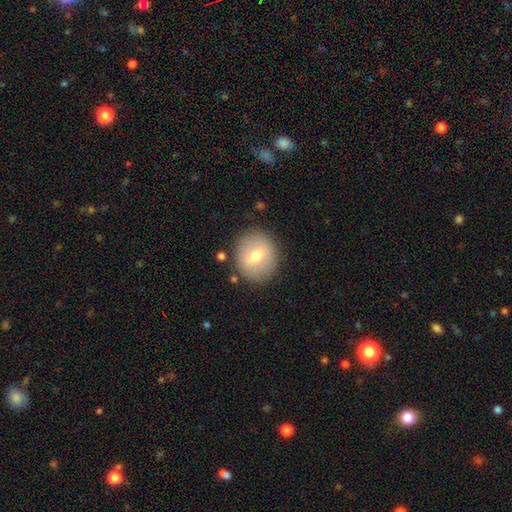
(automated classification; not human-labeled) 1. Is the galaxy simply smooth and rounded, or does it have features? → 63% smooth, 29% featured or disk, 8% star or artifact.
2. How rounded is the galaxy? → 79% round, 20% in between, 1% cigar-shaped.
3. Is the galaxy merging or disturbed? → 84% none, 10% minor disturbance, 3% major disturbance, 2% merger.